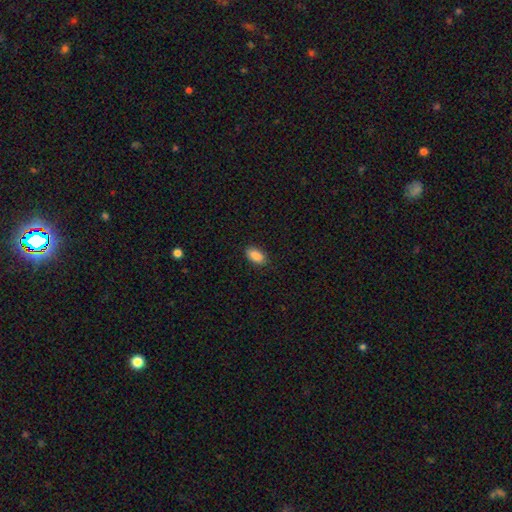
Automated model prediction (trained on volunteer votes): This is clearly a smooth galaxy (88%). How rounded: clearly in between (92%). Merging: clearly none (87%).